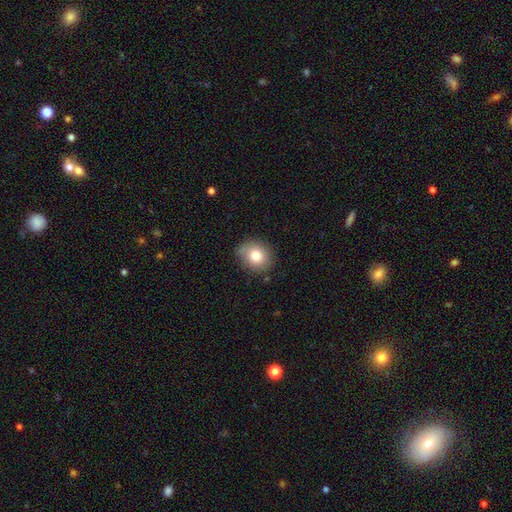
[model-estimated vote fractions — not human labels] Smooth or featured?
  - smooth: 79% *
  - featured or disk: 11%
  - star or artifact: 10%
How rounded?
  - round: 69% *
  - in between: 30%
  - cigar-shaped: 1%
Merging?
  - none: 78% *
  - minor disturbance: 16%
  - major disturbance: 3%
  - merger: 3%